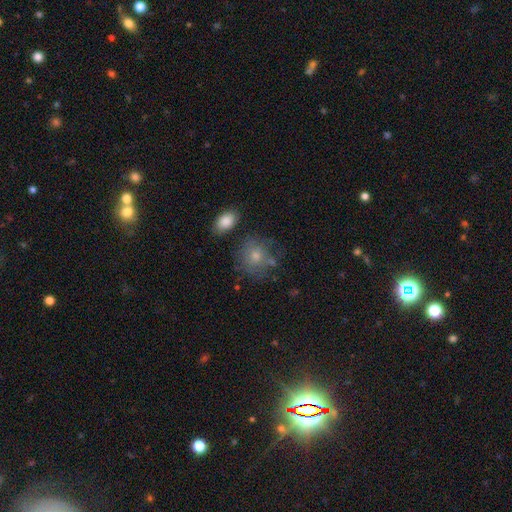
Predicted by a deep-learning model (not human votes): smooth 59%, featured or disk 24%, star or artifact 16%. Down the decision tree: how rounded — round (80%); merging — none (68%).